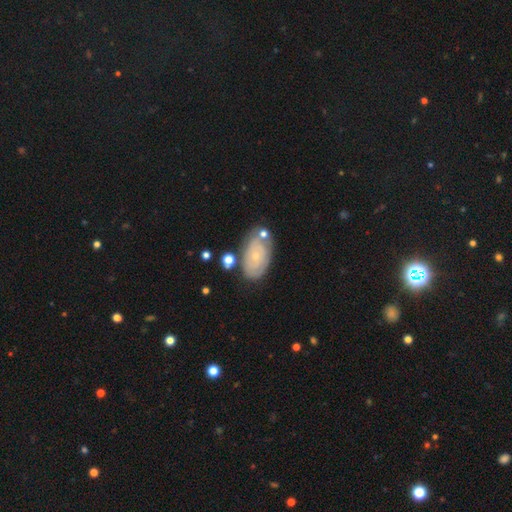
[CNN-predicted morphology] The model was most divided on "smooth or featured": featured or disk: 58%, smooth: 35%, star or artifact: 7%. More confident: edge-on disk — no (94%); bar — no (86%); bulge size — small (80%); spiral arms — yes (64%); merging — none (64%).